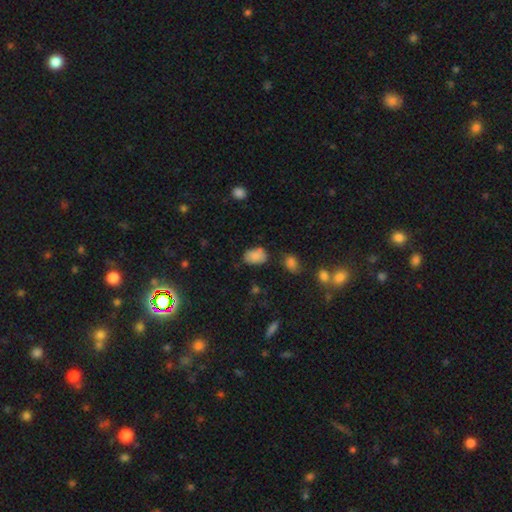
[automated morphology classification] This appears to be a smooth galaxy with no disk features (82%) that is in between round and cigar-shaped (85%). Merging: none (64%).